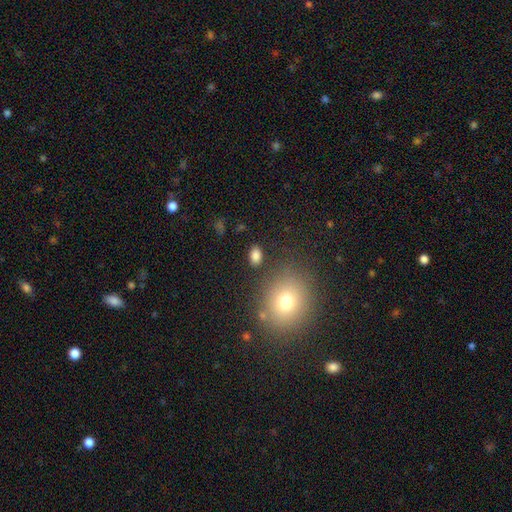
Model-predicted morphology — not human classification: Smooth or featured: smooth — 83% (star or artifact — 11%)
How rounded: in between — 82% (round — 16%)
Merging: none — 84% (minor disturbance — 9%)